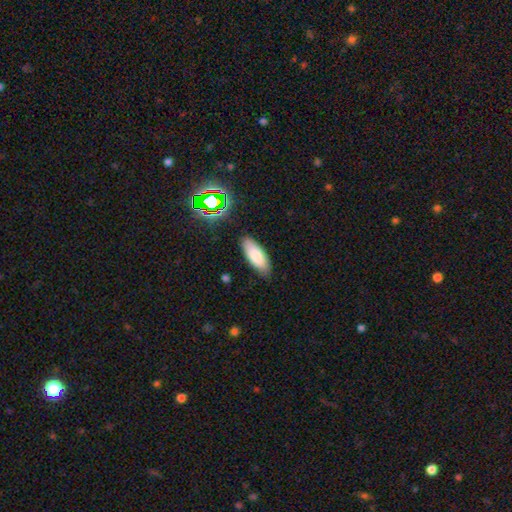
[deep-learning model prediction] smooth 84%, featured or disk 8%, star or artifact 8%. Down the decision tree: how rounded — in between (79%); merging — none (84%).